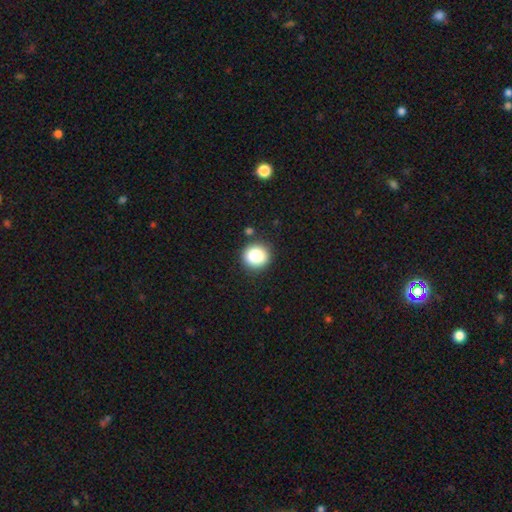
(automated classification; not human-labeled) Smooth or featured?
  - smooth: 86% *
  - star or artifact: 10%
  - featured or disk: 4%
How rounded?
  - round: 89% *
  - in between: 10%
  - cigar-shaped: 1%
Merging?
  - none: 88% *
  - minor disturbance: 8%
  - major disturbance: 2%
  - merger: 2%